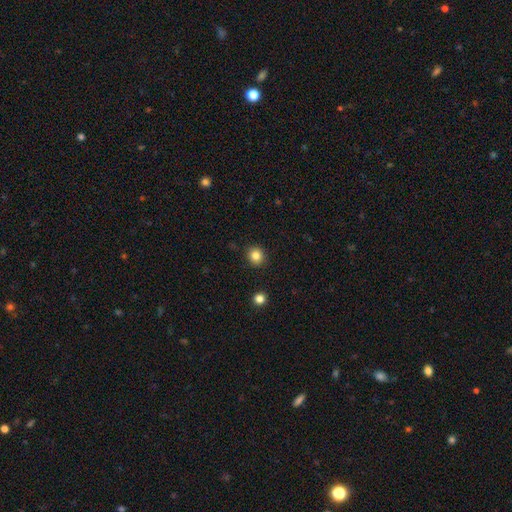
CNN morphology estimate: This appears to be a smooth galaxy with no disk features (83%) that is round (87%). Merging: none (90%).